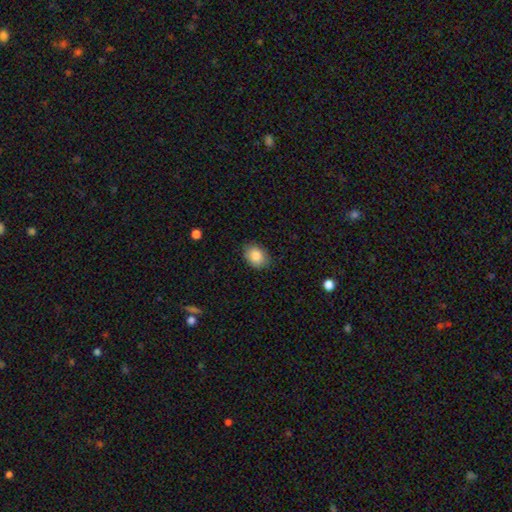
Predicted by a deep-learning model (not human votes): A smooth galaxy with no disk features (86%) that is in between round and cigar-shaped (68%). Merging: none (81%).